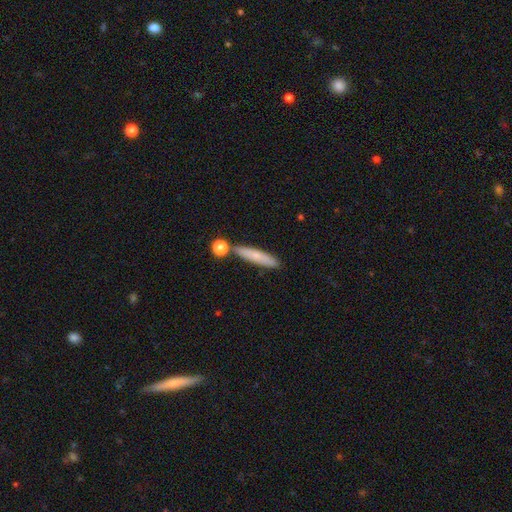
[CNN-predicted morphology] type=smooth (69%); roundness=cigar-shaped (87%); merging=none (76%).